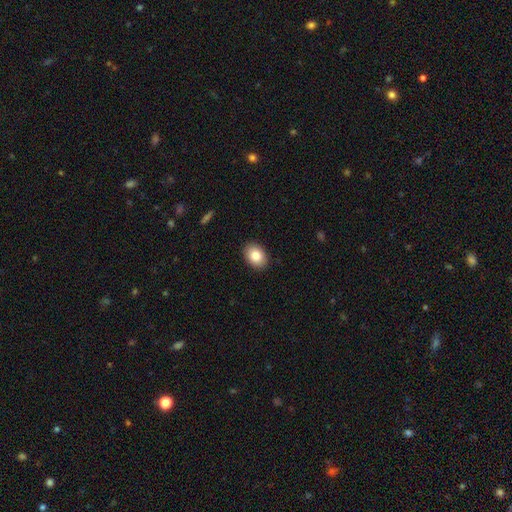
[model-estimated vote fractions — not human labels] Q: Smooth or featured?
A: smooth (85%); runner-up: star or artifact (8%)
Q: How rounded?
A: in between (75%); runner-up: round (24%)
Q: Merging?
A: none (90%); runner-up: minor disturbance (7%)